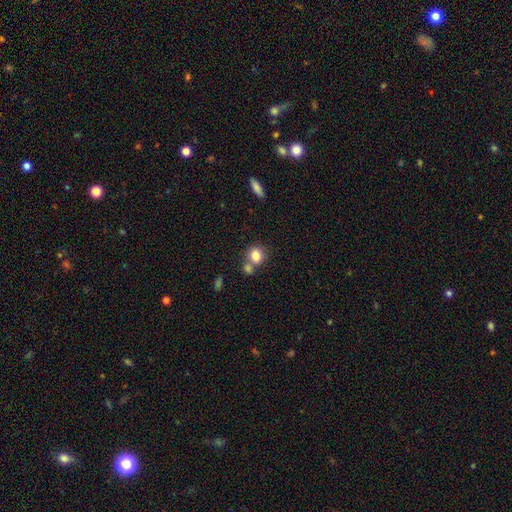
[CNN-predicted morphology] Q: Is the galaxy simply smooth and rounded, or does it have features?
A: smooth — 81%.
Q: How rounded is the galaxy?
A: round — 75%.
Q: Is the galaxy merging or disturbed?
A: none — 55%.